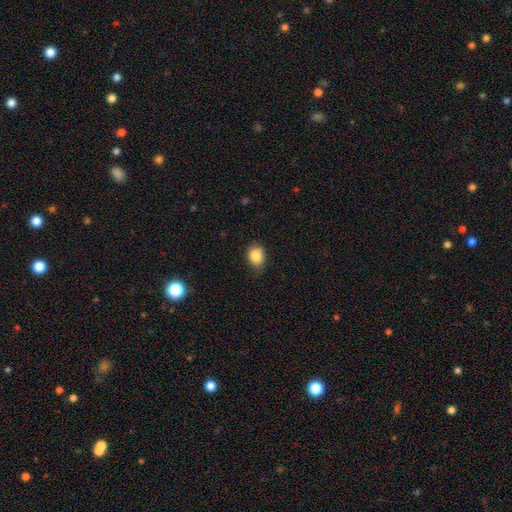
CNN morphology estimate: Smooth or featured? Predicted: smooth (p=0.86). How rounded? Predicted: in between (p=0.53). Merging? Predicted: none (p=0.74).